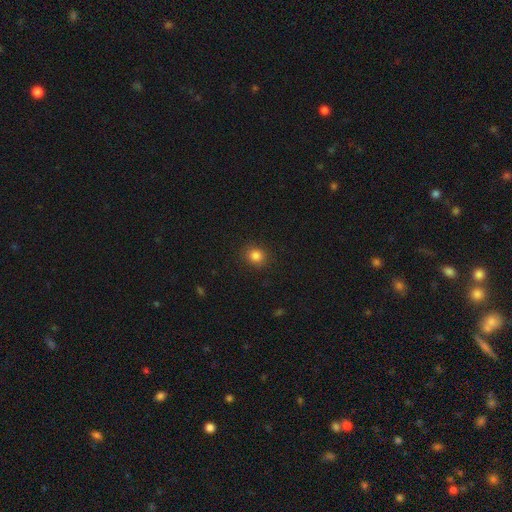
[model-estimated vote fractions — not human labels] smooth 84%, star or artifact 12%, featured or disk 4%. Down the decision tree: how rounded — round (84%); merging — none (89%).